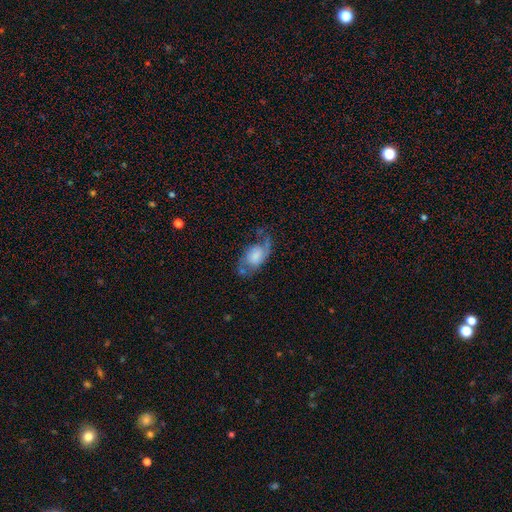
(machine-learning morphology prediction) Smooth or featured: featured or disk — 60% (smooth — 32%)
Edge-on disk: no — 95% (yes — 5%)
Bar: no — 65% (weak — 30%)
Spiral arms: yes — 85% (no — 15%)
Bulge size: large — 28% (moderate — 23%)
Merging: none — 44% (minor disturbance — 27%)